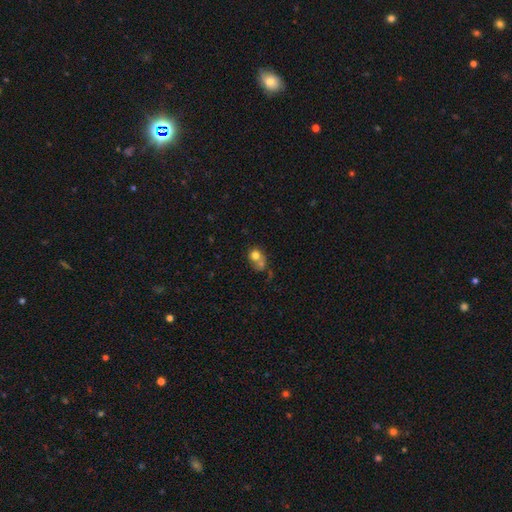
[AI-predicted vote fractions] Smooth or featured: smooth — 73% (featured or disk — 16%)
How rounded: round — 69% (in between — 30%)
Merging: merger — 50% (none — 30%)